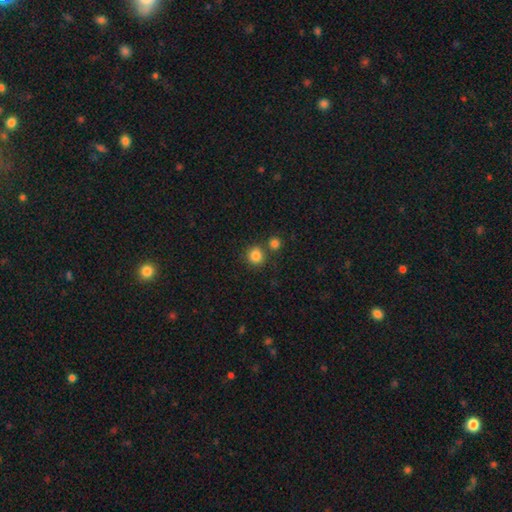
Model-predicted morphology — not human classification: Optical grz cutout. It shows a smooth galaxy with no disk features (84%) that is round (91%). Merging: none (75%).